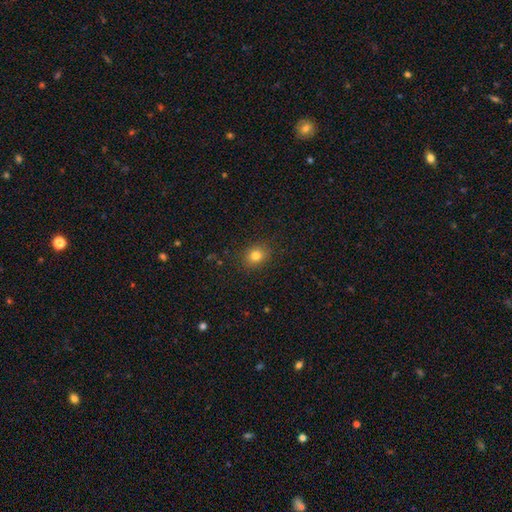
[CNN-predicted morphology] This is clearly a smooth galaxy (81%). How rounded: likely round (65%). Merging: clearly none (88%).